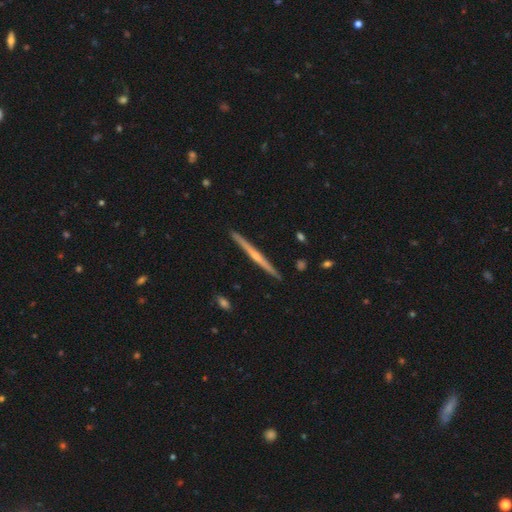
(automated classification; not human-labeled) The model was most divided on "edge-on bulge": rounded: 53%, none: 41%, boxy: 7%. More confident: edge-on disk — yes (98%); merging — none (92%); smooth or featured — featured or disk (71%).